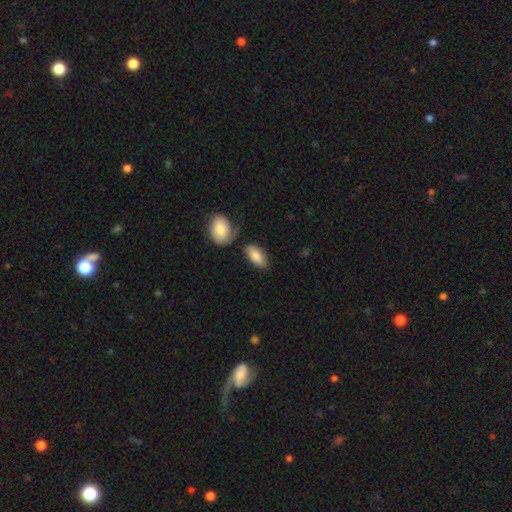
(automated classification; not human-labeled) This appears to be a smooth galaxy with no disk features (83%) that is in between round and cigar-shaped (92%). Merging: none (60%).